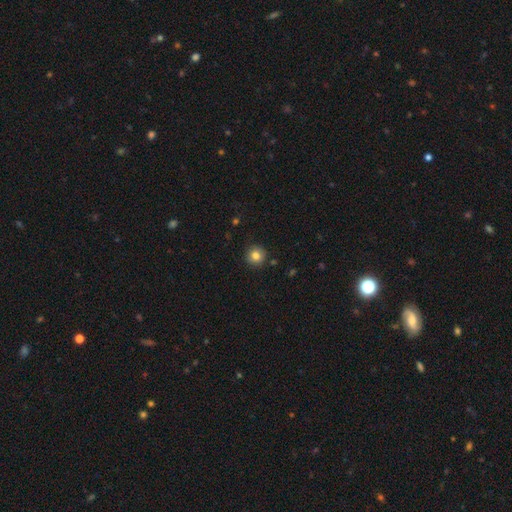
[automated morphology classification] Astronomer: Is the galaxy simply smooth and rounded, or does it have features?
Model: smooth — 82%.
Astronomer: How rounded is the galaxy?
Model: round — 94%.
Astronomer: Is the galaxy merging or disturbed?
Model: none — 90%.